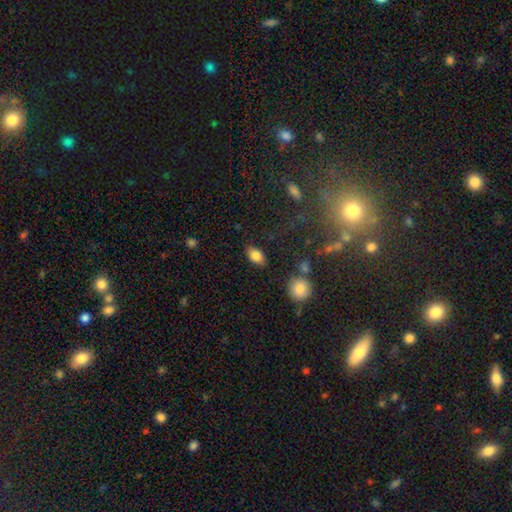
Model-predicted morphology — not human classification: smooth 82%, featured or disk 10%, star or artifact 9%. Down the decision tree: how rounded — in between (88%); merging — none (85%).